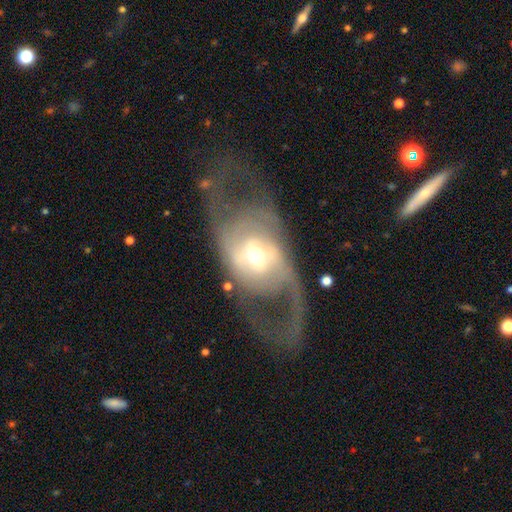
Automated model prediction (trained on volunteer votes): This is likely a featured or disk galaxy (71%). It is clearly not viewed edge-on (94%). Bar: possibly no (48%). Spiral arm pattern: likely yes (68%). Central bulge: likely moderate (68%). Merging: possibly major disturbance (56%).